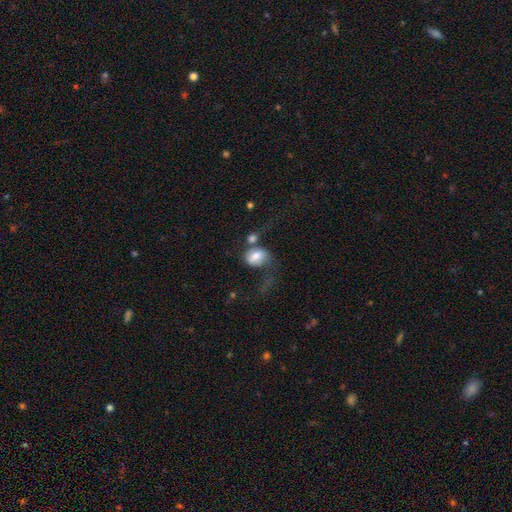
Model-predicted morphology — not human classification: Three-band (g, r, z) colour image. It shows a smooth galaxy with no disk features (66%) that is in between round and cigar-shaped (62%). Merging: merger (32%).